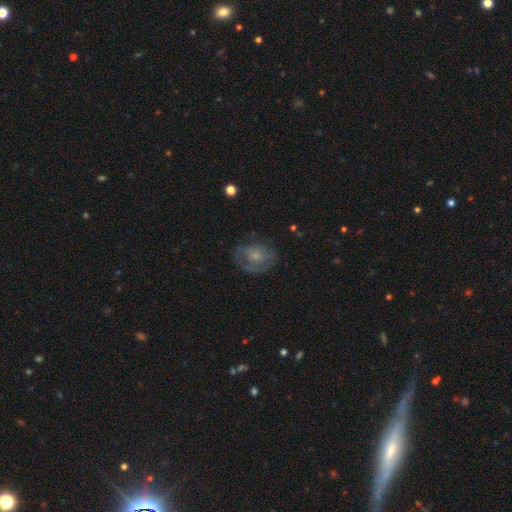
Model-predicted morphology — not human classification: This is possibly a featured or disk galaxy (52%). It is clearly not viewed edge-on (97%). Bar: clearly no (80%). Spiral arm pattern: possibly yes (58%). Central bulge: possibly small (58%). Merging: likely none (62%).